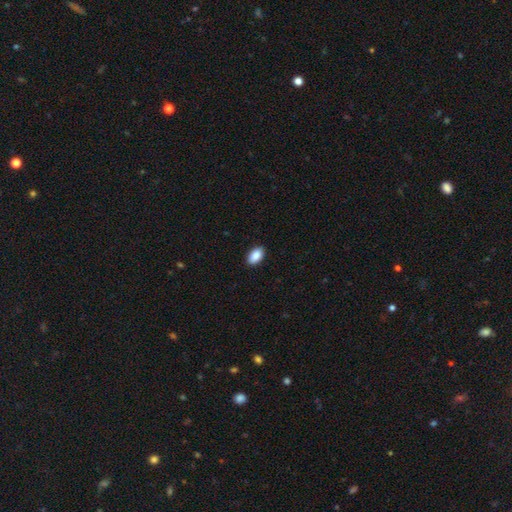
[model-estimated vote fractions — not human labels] Smooth or featured: smooth — 90% (star or artifact — 7%)
How rounded: in between — 93% (round — 5%)
Merging: none — 90% (minor disturbance — 8%)